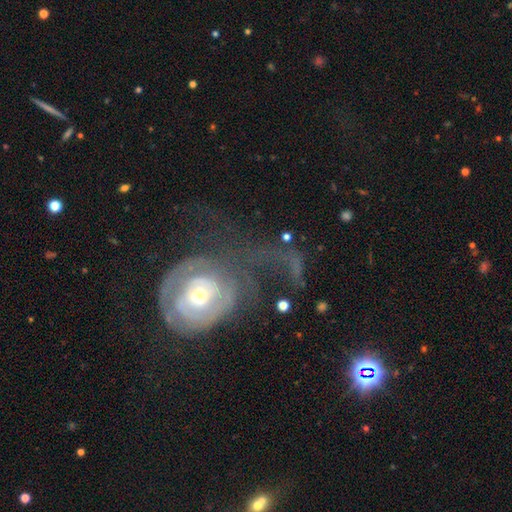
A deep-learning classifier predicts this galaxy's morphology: featured or disk 72%, smooth 17%, star or artifact 11%. Down the decision tree: edge-on disk — no (96%); bar — no (70%); spiral arms — yes (69%); bulge size — moderate (54%); merging — major disturbance (54%).